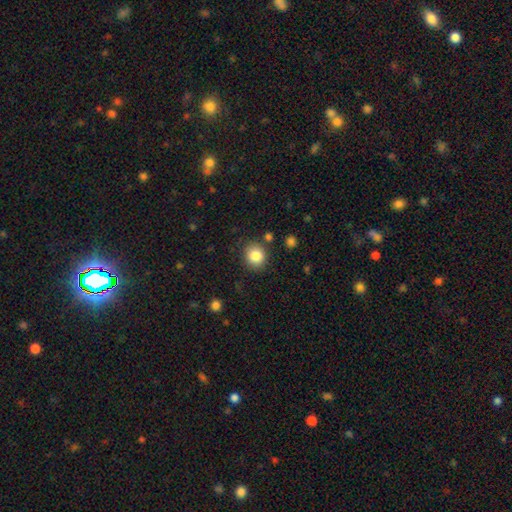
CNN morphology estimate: A smooth galaxy with no disk features (85%) that is round (80%). Merging: none (85%).